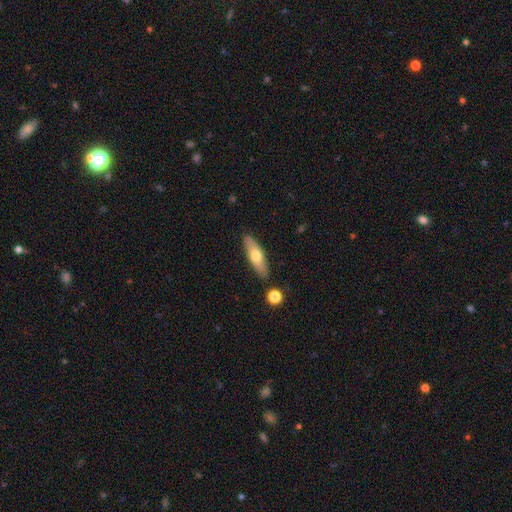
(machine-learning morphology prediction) Smooth or featured? Predicted: smooth (p=0.60). How rounded? Predicted: cigar-shaped (p=0.52). Merging? Predicted: none (p=0.84).